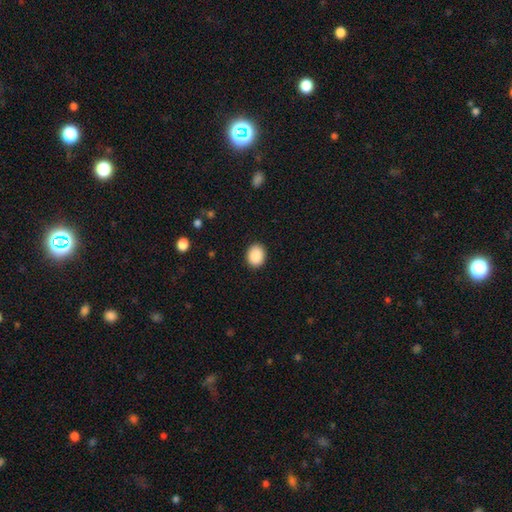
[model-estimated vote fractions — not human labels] A smooth galaxy with no disk features (90%) that is in between round and cigar-shaped (50%, tied with round).

Vote fractions:
- Smooth or featured? smooth: 90% / star or artifact: 8% / featured or disk: 3%
- How rounded? in between: 50% (tied) / round: 50% (tied) / cigar-shaped: 1%
- Merging? none: 90% / minor disturbance: 7% / major disturbance: 2% / merger: 1%